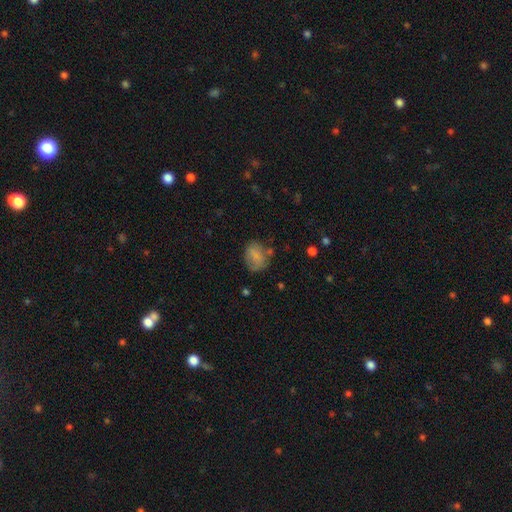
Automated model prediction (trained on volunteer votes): Morphology: type=smooth (72%); roundness=in between (56%); merging=none (54%).